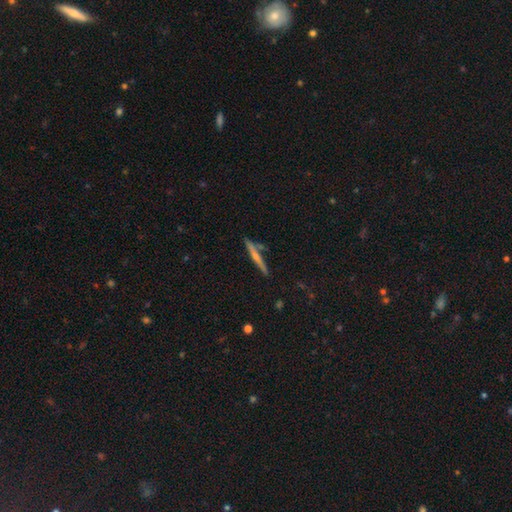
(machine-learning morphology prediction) smooth-or-featured: featured or disk: 49% | smooth: 44% | star or artifact: 7%
  merging: none: 78% | minor disturbance: 11% | merger: 8% | major disturbance: 2%